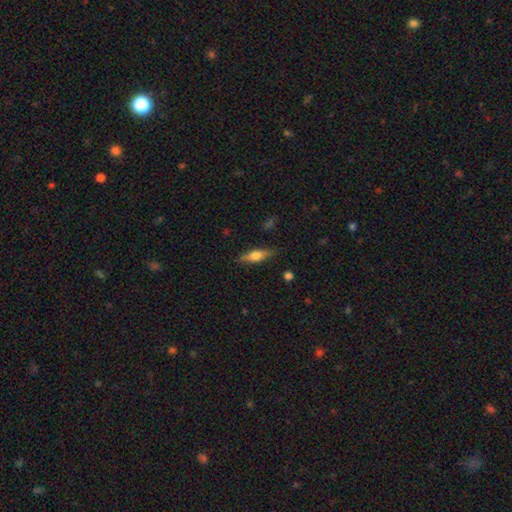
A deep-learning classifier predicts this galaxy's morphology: Smooth or featured? featured or disk (49%)
Merging? none (85%)